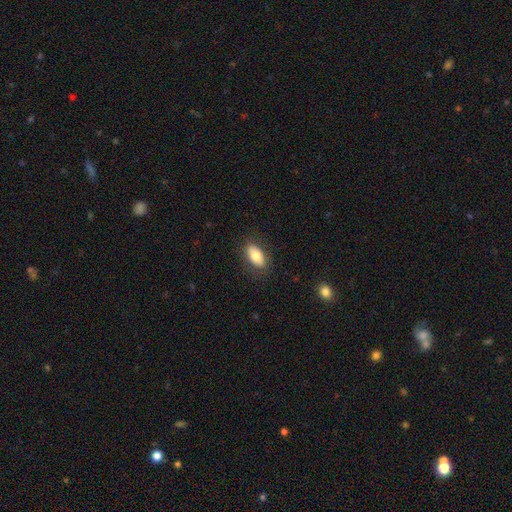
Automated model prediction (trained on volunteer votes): The model was most divided on "smooth or featured": smooth: 76%, featured or disk: 17%, star or artifact: 7%. More confident: how rounded — in between (89%); merging — none (83%).